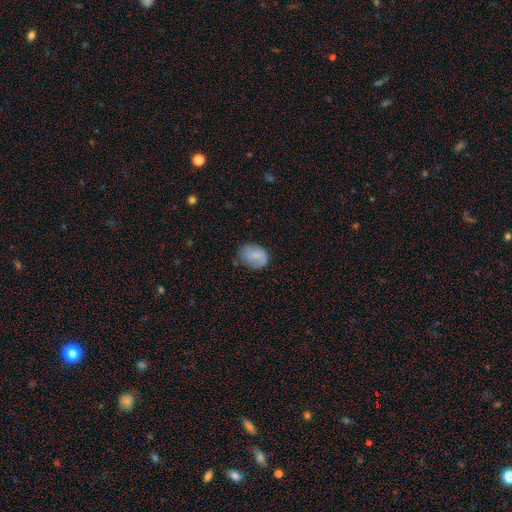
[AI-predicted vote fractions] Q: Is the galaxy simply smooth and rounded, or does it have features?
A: smooth — 75%.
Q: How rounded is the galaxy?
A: in between — 62%.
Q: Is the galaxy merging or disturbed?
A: none — 59%.